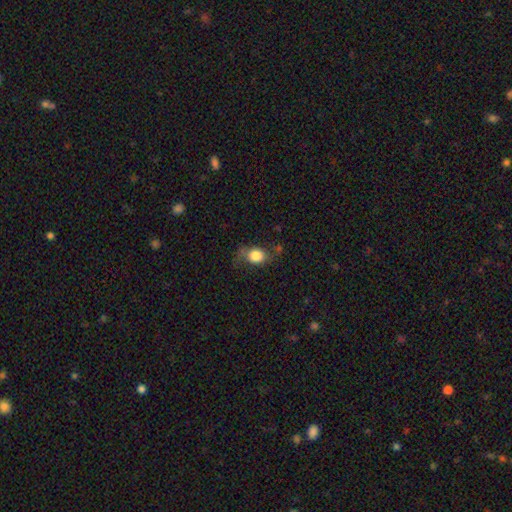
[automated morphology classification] Smooth or featured: smooth — 76% (featured or disk — 16%)
How rounded: round — 51% (in between — 48%)
Merging: none — 54% (minor disturbance — 27%)